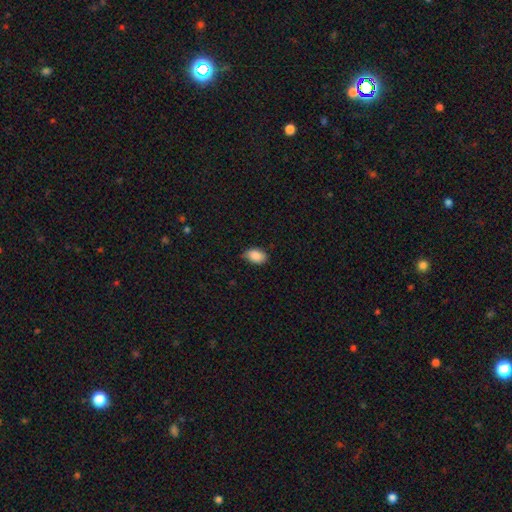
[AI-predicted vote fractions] Smooth or featured? smooth (88%)
How rounded? in between (89%)
Merging? none (73%)